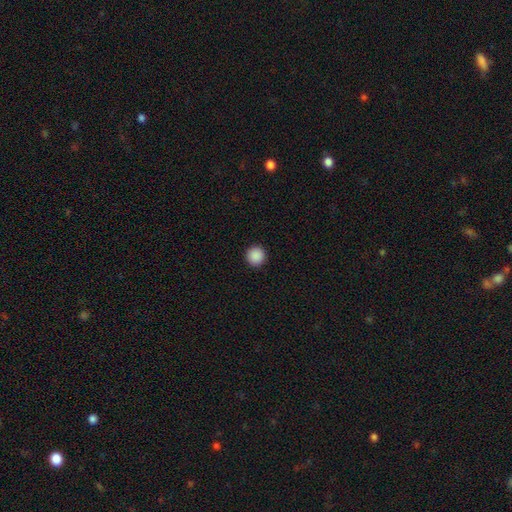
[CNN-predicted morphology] Smooth or featured? smooth (89%)
How rounded? round (96%)
Merging? none (93%)